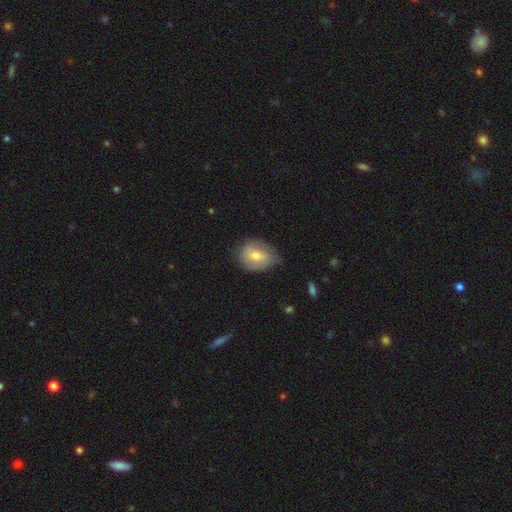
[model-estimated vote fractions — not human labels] Smooth or featured? smooth (61%)
How rounded? in between (52%)
Merging? none (64%)